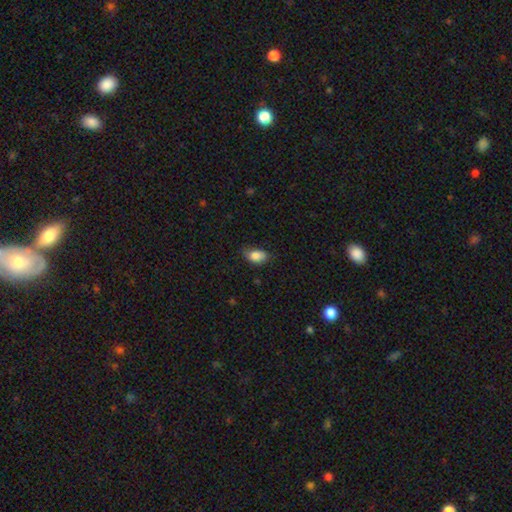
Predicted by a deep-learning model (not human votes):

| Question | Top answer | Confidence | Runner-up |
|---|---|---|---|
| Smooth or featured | smooth | 85% | star or artifact (8%) |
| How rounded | in between | 87% | round (11%) |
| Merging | none | 64% | minor disturbance (29%) |